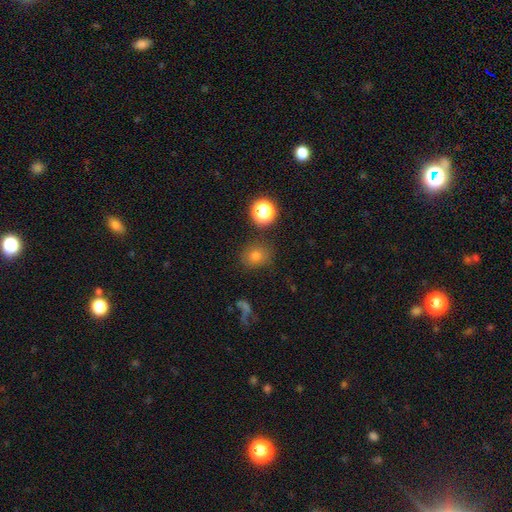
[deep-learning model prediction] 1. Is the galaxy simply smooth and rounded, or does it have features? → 72% smooth, 20% star or artifact, 8% featured or disk.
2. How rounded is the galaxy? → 67% round, 32% in between, 1% cigar-shaped.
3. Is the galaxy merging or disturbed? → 81% none, 11% minor disturbance, 4% major disturbance, 4% merger.